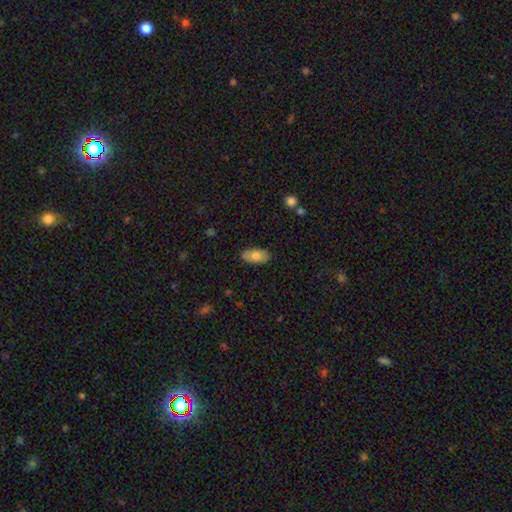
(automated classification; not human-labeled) Smooth or featured? smooth (69%)
How rounded? in between (93%)
Merging? none (84%)